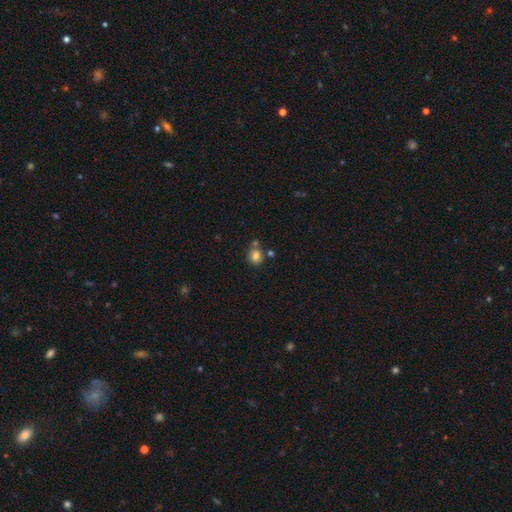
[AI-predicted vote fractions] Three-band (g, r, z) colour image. It shows a smooth galaxy with no disk features (80%) that is round (79%). Merging: none (68%).